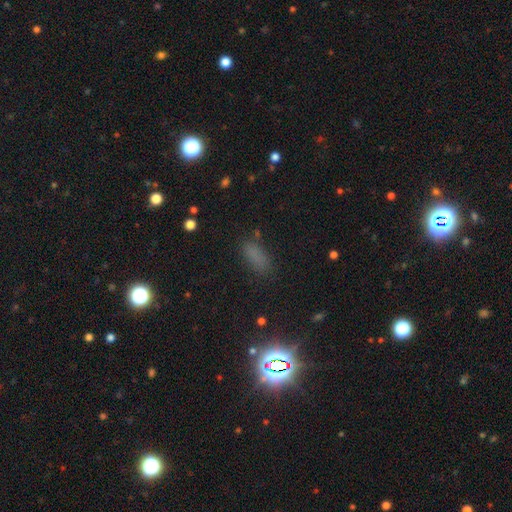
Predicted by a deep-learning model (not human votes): A smooth galaxy with no disk features (64%) that is in between round and cigar-shaped (72%).

Vote fractions:
- Smooth or featured? smooth: 64% / star or artifact: 27% / featured or disk: 9%
- How rounded? in between: 72% / cigar-shaped: 22% / round: 6%
- Merging? none: 73% / minor disturbance: 17% / major disturbance: 8% / merger: 3%